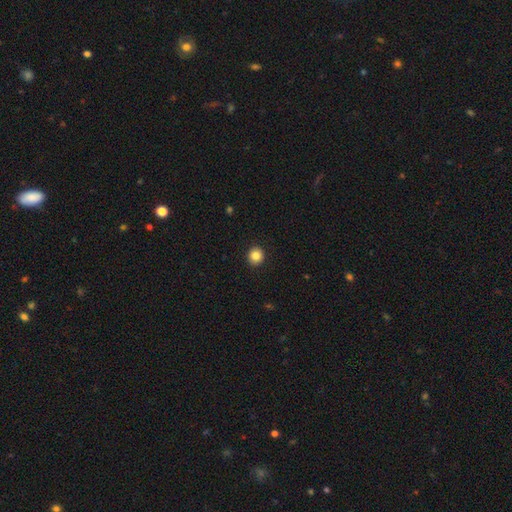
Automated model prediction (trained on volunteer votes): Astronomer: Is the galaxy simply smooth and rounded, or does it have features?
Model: smooth — 86%.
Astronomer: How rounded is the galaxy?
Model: round — 90%.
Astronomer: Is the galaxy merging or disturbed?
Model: none — 93%.